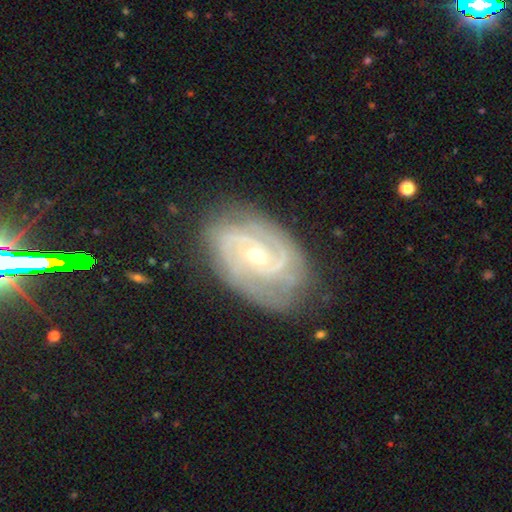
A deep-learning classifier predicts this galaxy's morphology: smooth_or_featured: featured or disk (p=0.89) [alt: smooth p=0.06]
disk_edge_on: no (p=0.96) [alt: yes p=0.04]
bar: no (p=0.48) [alt: weak p=0.41]
has_spiral_arms: yes (p=0.97) [alt: no p=0.03]
spiral_winding: tight (p=0.62) [alt: medium p=0.32]
spiral_arm_count: 2 (p=0.53) [alt: 3 p=0.21]
bulge_size: moderate (p=0.54) [alt: small p=0.42]
merging: none (p=0.77) [alt: minor disturbance p=0.17]